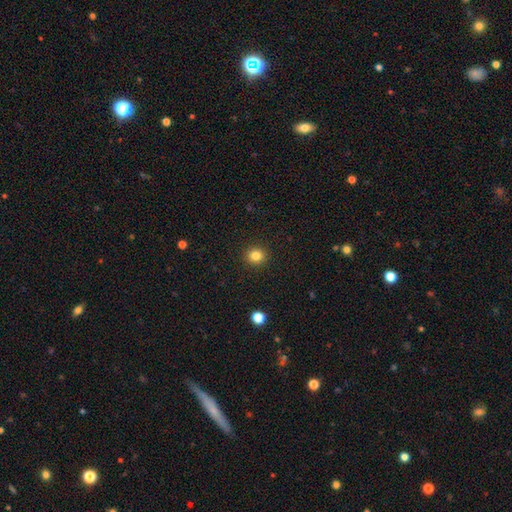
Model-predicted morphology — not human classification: Q: Smooth or featured?
A: smooth (83%); runner-up: star or artifact (12%)
Q: How rounded?
A: round (84%); runner-up: in between (15%)
Q: Merging?
A: none (92%); runner-up: minor disturbance (5%)